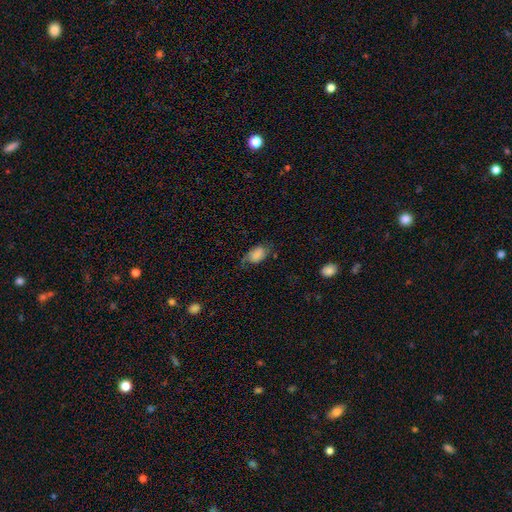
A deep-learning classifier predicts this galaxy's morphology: Smooth or featured? Predicted: smooth (p=0.70). How rounded? Predicted: in between (p=0.89). Merging? Predicted: none (p=0.47).